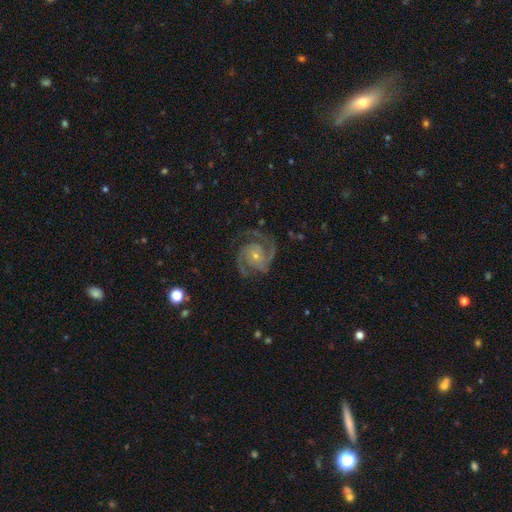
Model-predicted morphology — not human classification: Smooth or featured? featured or disk (92%)
Edge-on disk? no (98%)
Bar? no (68%)
Spiral arms? yes (99%)
Spiral winding? tight (47%, tied with medium)
Spiral arm count? 2 (76%)
Bulge size? small (71%)
Merging? none (79%)